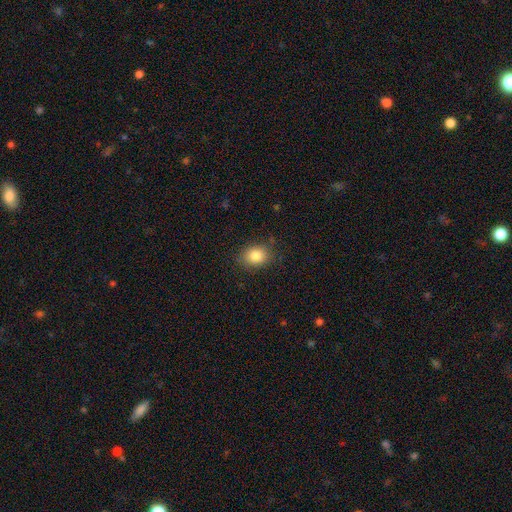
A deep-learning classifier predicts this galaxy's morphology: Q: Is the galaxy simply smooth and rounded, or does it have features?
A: smooth — 85%.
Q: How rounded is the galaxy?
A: in between — 56%.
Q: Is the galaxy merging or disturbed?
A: none — 83%.